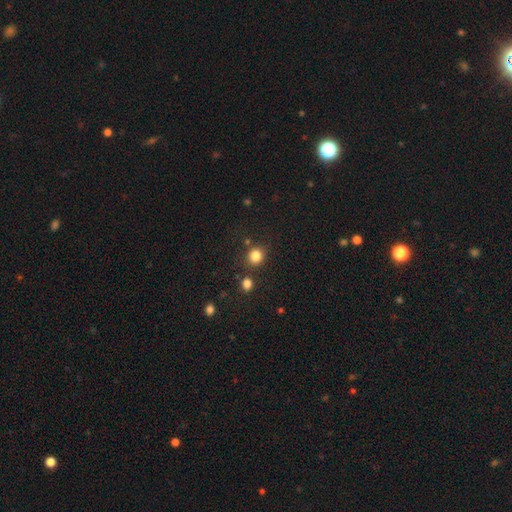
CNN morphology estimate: The model was most divided on "how rounded": round: 83%, in between: 16%, cigar-shaped: 1%. More confident: smooth or featured — smooth (82%); merging — none (79%).